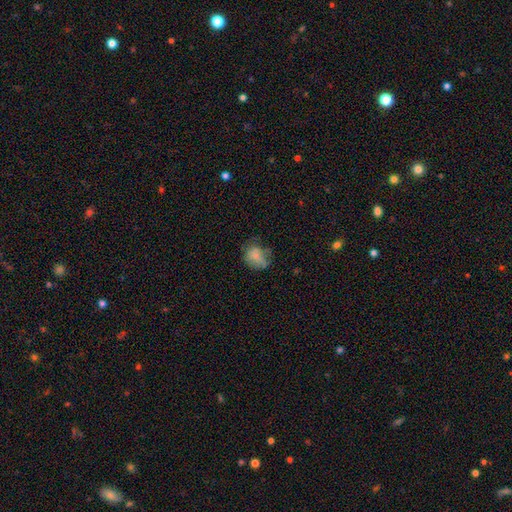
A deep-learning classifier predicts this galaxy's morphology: Overall: smooth (69%). How rounded: round (52%; in between 47%). Merging: none (43%; minor disturbance 29%).